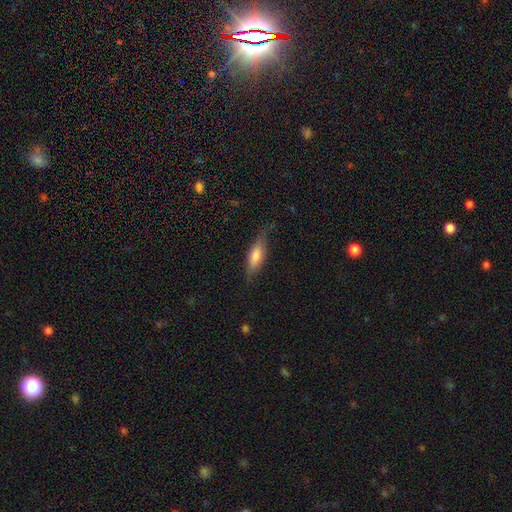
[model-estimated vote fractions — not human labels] smooth 64%, featured or disk 29%, star or artifact 7%. Down the decision tree: how rounded — cigar-shaped (51%); merging — none (72%).